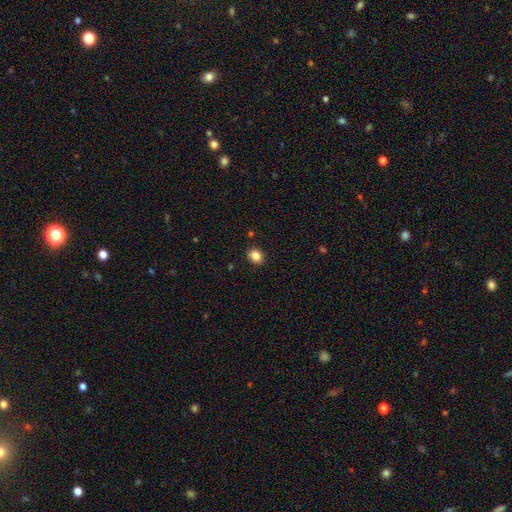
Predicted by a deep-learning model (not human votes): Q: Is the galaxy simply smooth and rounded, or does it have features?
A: smooth — 84%.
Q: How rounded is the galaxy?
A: round — 60%.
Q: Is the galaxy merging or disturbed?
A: none — 90%.